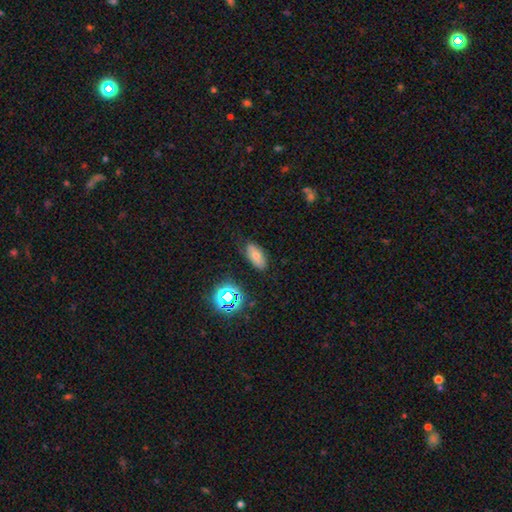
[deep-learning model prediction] A smooth galaxy with no disk features (63%) that is in between round and cigar-shaped (84%). Merging: none (77%).